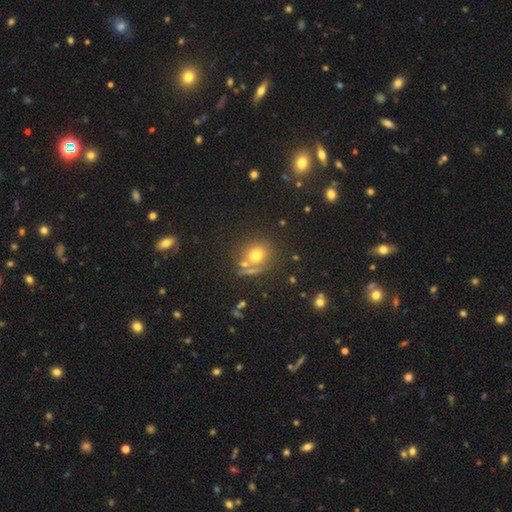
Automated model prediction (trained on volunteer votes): The model was most divided on "smooth or featured": smooth: 65%, star or artifact: 21%, featured or disk: 13%. More confident: how rounded — round (74%); merging — none (66%).